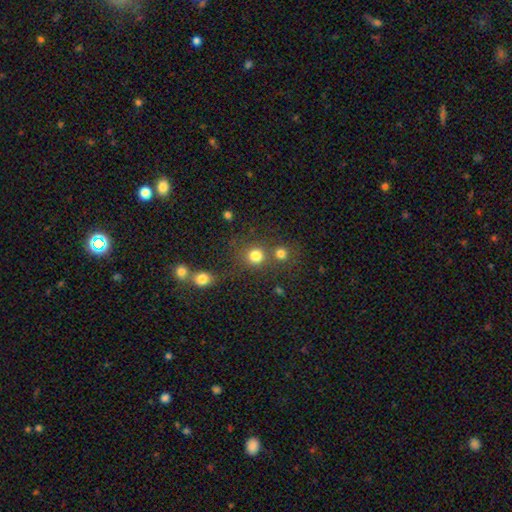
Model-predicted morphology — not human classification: Smooth or featured?
  - smooth: 79% *
  - star or artifact: 14%
  - featured or disk: 6%
How rounded?
  - round: 90% *
  - in between: 9%
  - cigar-shaped: 1%
Merging?
  - none: 64% *
  - merger: 24%
  - minor disturbance: 8%
  - major disturbance: 5%